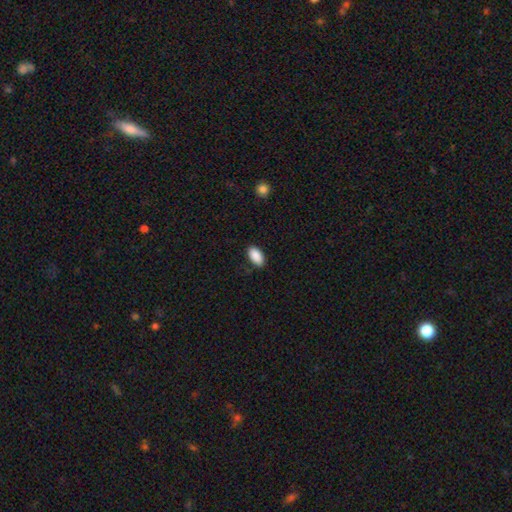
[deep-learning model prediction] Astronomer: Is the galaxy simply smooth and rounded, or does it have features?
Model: smooth — 90%.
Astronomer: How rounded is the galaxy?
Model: in between — 94%.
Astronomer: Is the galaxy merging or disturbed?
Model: none — 82%.